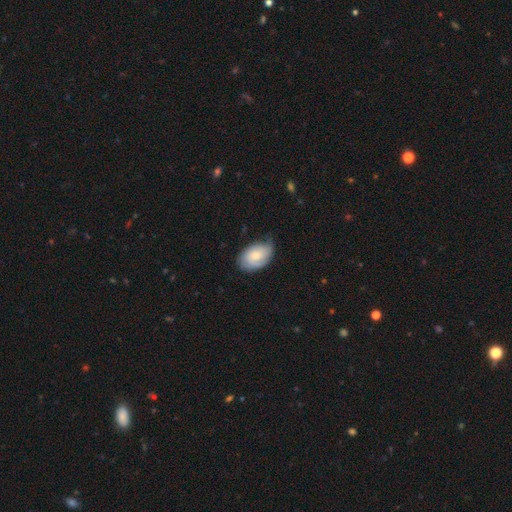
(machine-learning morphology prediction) The model was most divided on "merging": none: 58%, minor disturbance: 34%, major disturbance: 7%, merger: 1%. More confident: how rounded — in between (90%); smooth or featured — smooth (65%).